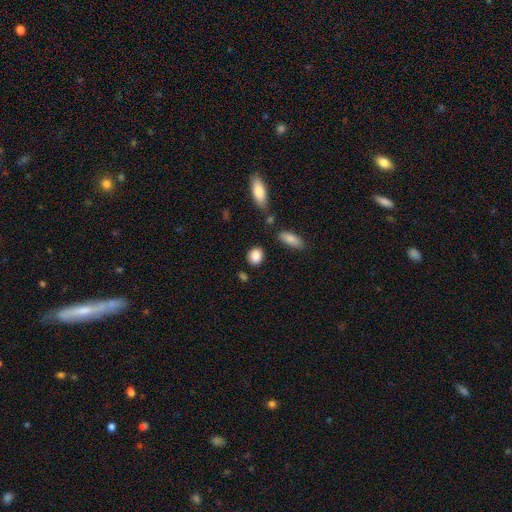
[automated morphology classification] type=smooth (88%); roundness=round (61%); merging=none (82%).